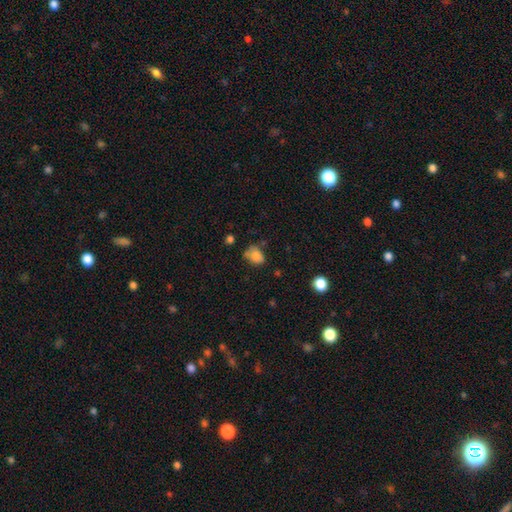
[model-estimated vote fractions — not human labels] Smooth or featured? Predicted: smooth (p=0.79). How rounded? Predicted: in between (p=0.65). Merging? Predicted: none (p=0.48).